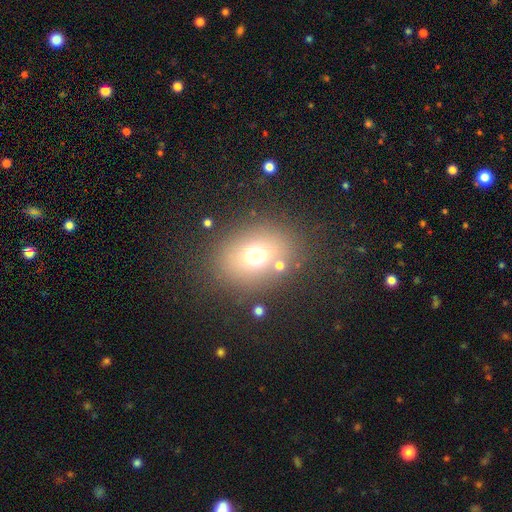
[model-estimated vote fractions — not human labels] smooth-or-featured: smooth: 67% | star or artifact: 18% | featured or disk: 14%
  how-rounded: round: 51% | in between: 48% | cigar-shaped: 1%
  merging: none: 79% | minor disturbance: 10% | major disturbance: 6% | merger: 5%